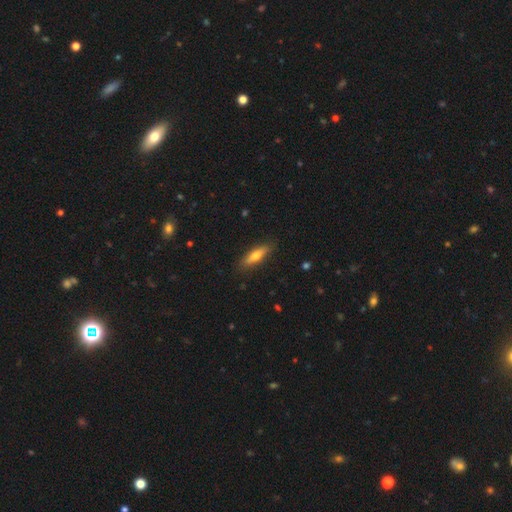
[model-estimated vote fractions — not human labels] A smooth galaxy with no disk features (60%) that is cigar-shaped (64%). Merging: none (86%).